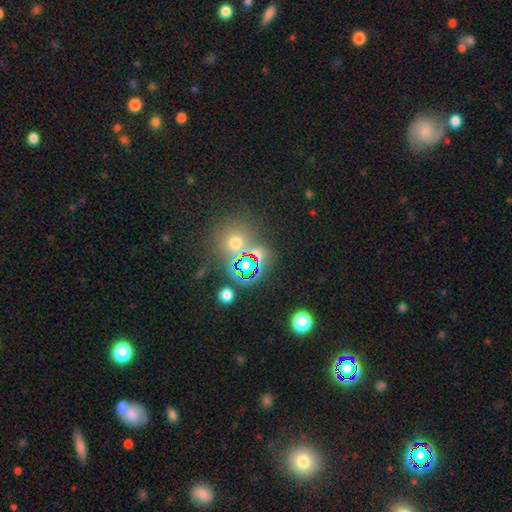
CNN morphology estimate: smooth-or-featured: star or artifact: 51% | smooth: 39% | featured or disk: 10%